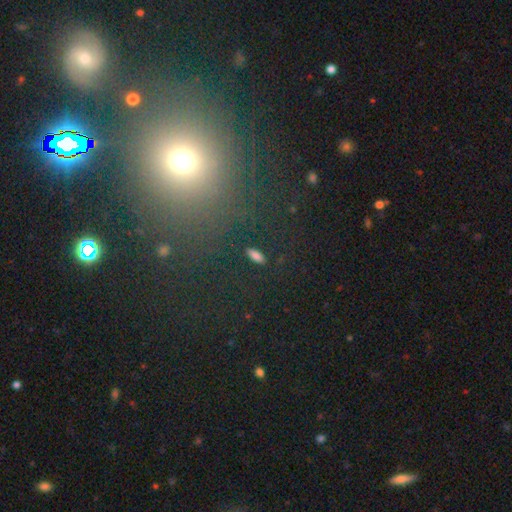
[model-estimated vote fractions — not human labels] Overall: smooth (80%). How rounded: in between (76%). Merging: none (89%).